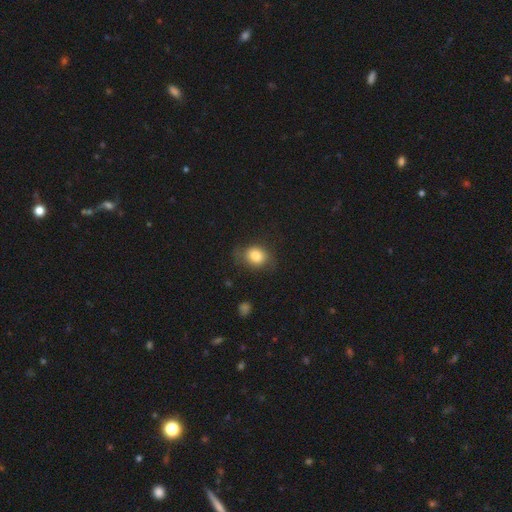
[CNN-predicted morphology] Smooth or featured: smooth — 82% (featured or disk — 9%)
How rounded: in between — 52% (round — 47%)
Merging: none — 66% (minor disturbance — 24%)